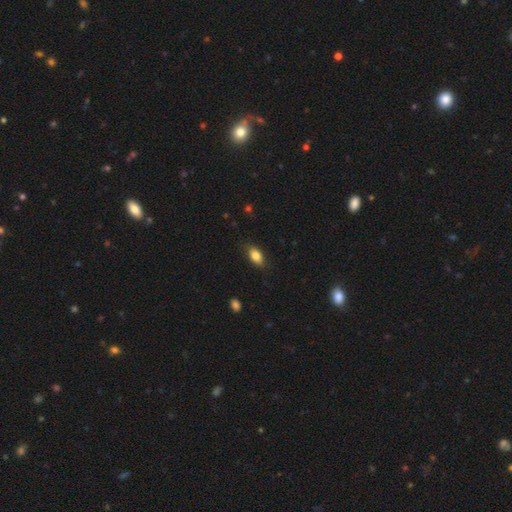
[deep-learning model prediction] This is clearly a smooth galaxy (82%). How rounded: clearly in between (88%). Merging: clearly none (82%).